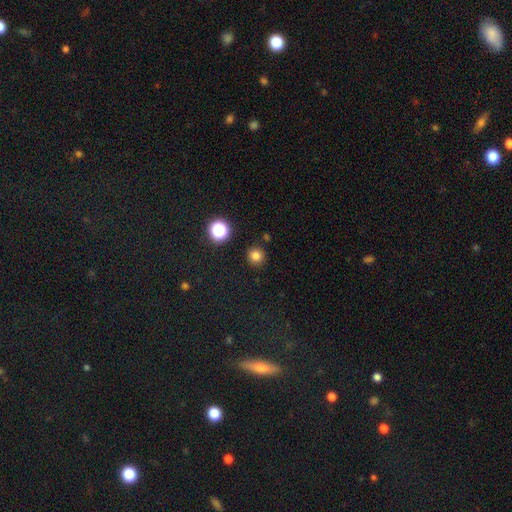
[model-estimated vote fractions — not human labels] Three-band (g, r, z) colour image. It shows a smooth galaxy with no disk features (79%) that is round (94%). Merging: none (90%).